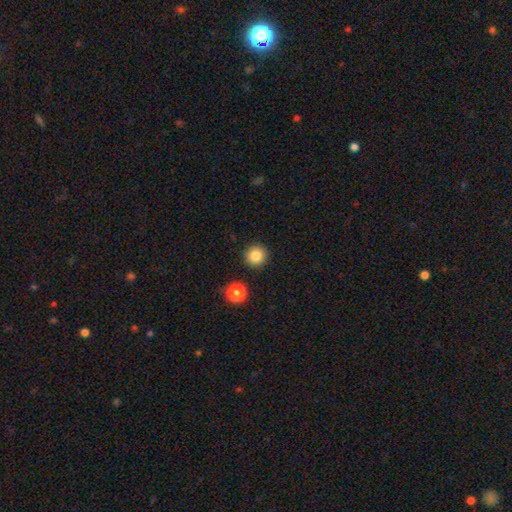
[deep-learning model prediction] smooth 84%, star or artifact 11%, featured or disk 5%. Down the decision tree: how rounded — round (95%); merging — none (91%).